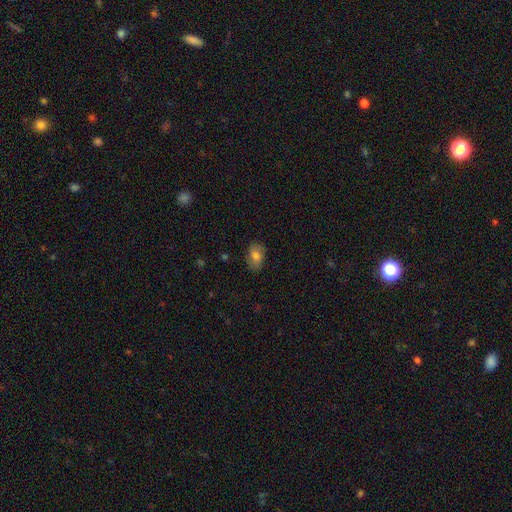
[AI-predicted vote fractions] Morphology: type=smooth (76%); roundness=in between (85%); merging=none (80%).